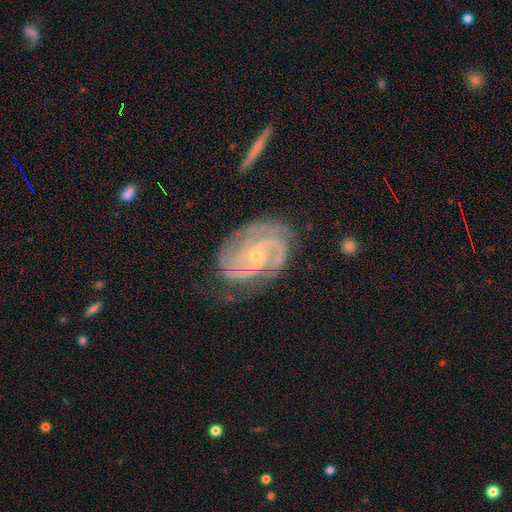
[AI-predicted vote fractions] Smooth or featured: featured or disk — 90% (star or artifact — 5%)
Edge-on disk: no — 97% (yes — 3%)
Bar: no — 67% (weak — 26%)
Spiral arms: yes — 98% (no — 2%)
Spiral winding: tight — 60% (medium — 34%)
Spiral arm count: 2 — 39% (3 — 30%)
Bulge size: small — 74% (moderate — 23%)
Merging: none — 71% (minor disturbance — 20%)